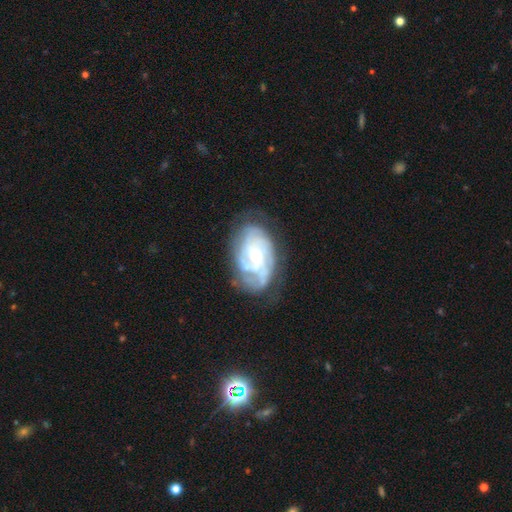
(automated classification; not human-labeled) This appears to be a featured or disk galaxy (81%) with no bar (68%), tight (64%) spiral arms (93%) and a small central bulge (58%). Merging: none (66%).